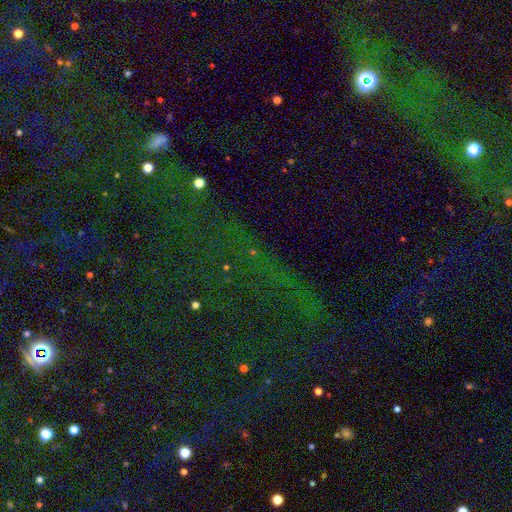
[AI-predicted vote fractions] Q: Smooth or featured?
A: star or artifact (77%); runner-up: smooth (13%)